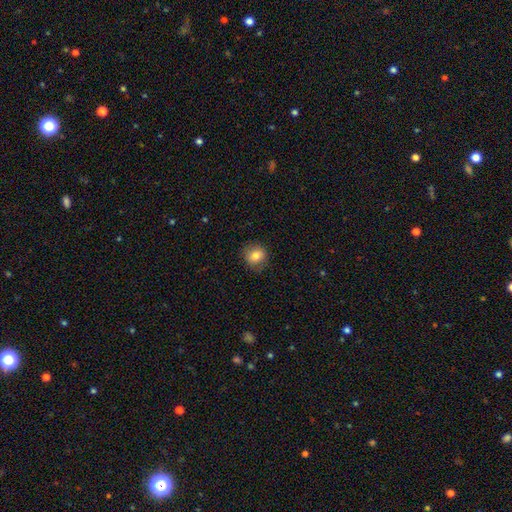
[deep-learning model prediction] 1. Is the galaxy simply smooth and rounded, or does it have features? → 81% smooth, 10% featured or disk, 10% star or artifact.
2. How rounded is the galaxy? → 81% round, 18% in between, 1% cigar-shaped.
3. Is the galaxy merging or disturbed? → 84% none, 12% minor disturbance, 3% major disturbance, 1% merger.